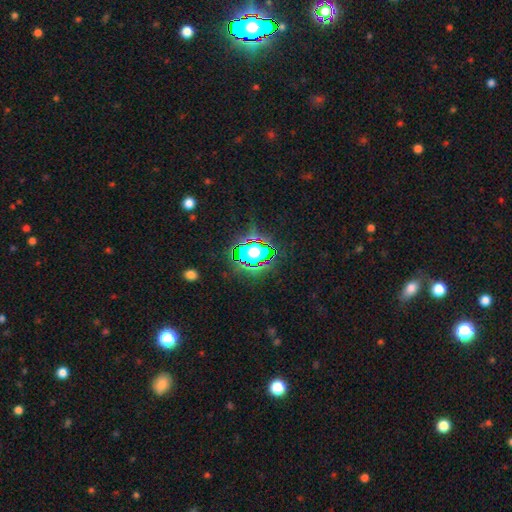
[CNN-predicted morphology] smooth_or_featured: star or artifact (p=0.80) [alt: smooth p=0.13]